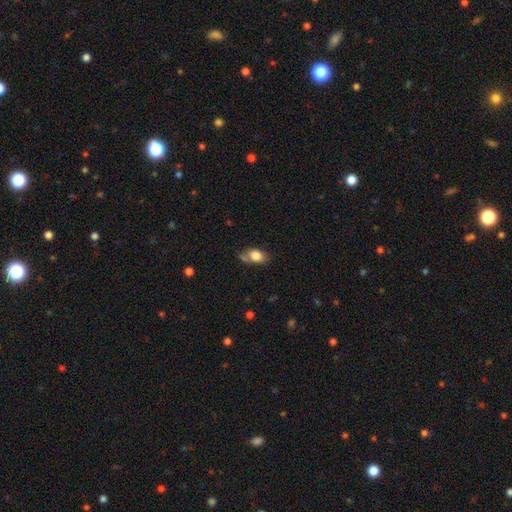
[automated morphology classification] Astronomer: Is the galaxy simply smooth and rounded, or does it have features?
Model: smooth — 80%.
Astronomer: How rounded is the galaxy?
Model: in between — 85%.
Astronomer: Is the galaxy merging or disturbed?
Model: none — 54%.